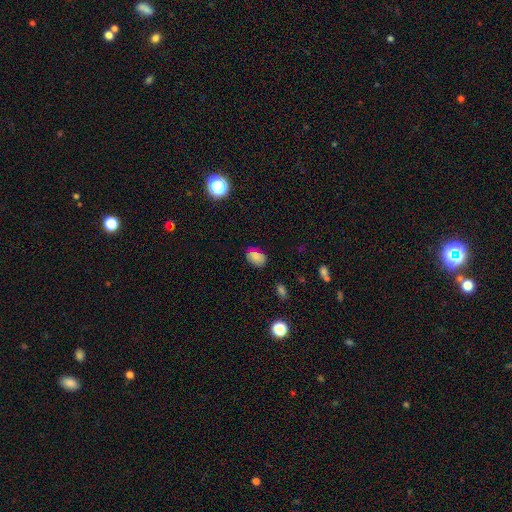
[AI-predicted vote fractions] smooth 77%, star or artifact 14%, featured or disk 9%. Down the decision tree: how rounded — in between (82%); merging — none (77%).